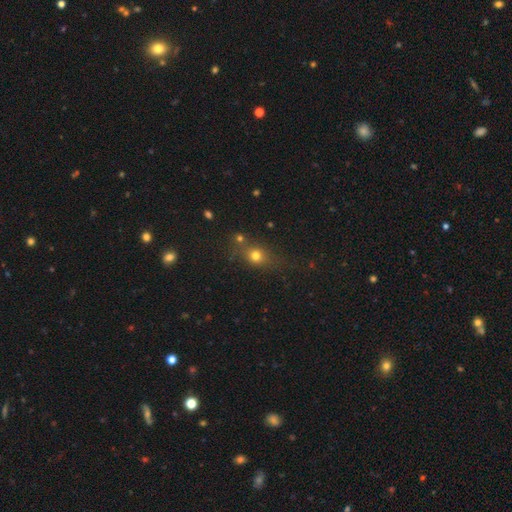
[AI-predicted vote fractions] Smooth or featured: smooth — 67% (star or artifact — 19%)
How rounded: round — 63% (in between — 31%)
Merging: none — 64% (minor disturbance — 16%)